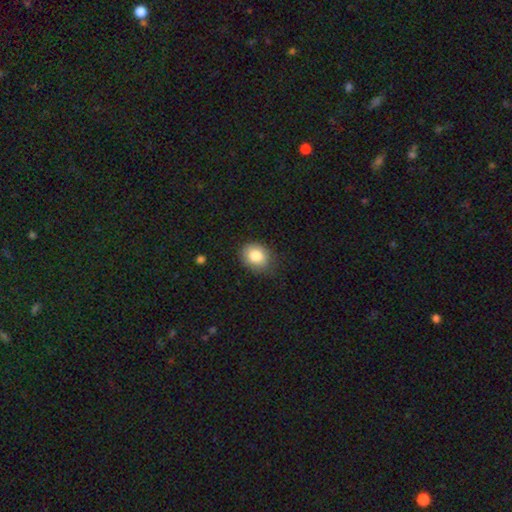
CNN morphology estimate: The model was most divided on "how rounded": round: 51%, in between: 48%, cigar-shaped: 1%. More confident: smooth or featured — smooth (83%); merging — none (76%).